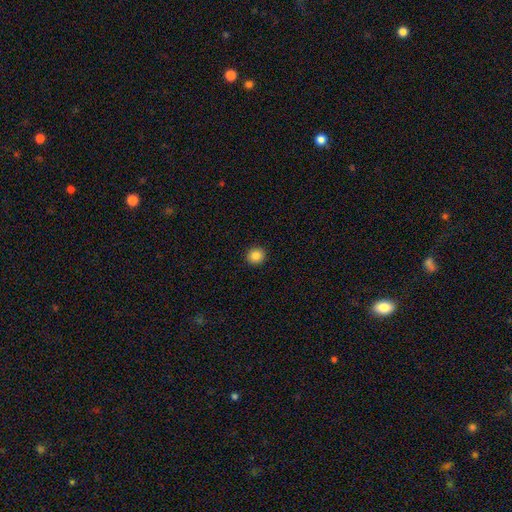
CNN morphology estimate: smooth 85%, star or artifact 10%, featured or disk 5%. Down the decision tree: how rounded — round (90%); merging — none (92%).